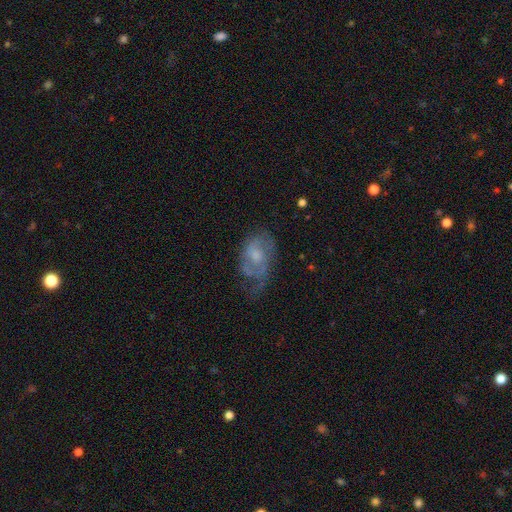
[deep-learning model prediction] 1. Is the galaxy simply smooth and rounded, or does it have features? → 57% featured or disk, 35% smooth, 8% star or artifact.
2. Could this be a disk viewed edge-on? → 95% no, 5% yes.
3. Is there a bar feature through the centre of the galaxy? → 68% no, 29% weak, 4% strong.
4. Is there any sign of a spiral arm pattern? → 66% yes, 34% no.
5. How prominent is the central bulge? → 46% moderate, 34% small, 13% none, 6% large, 1% dominant.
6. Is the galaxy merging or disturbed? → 35% none, 31% major disturbance, 31% minor disturbance, 3% merger.